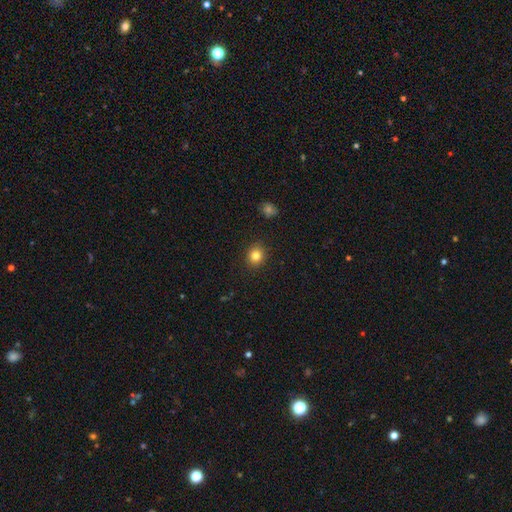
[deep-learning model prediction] Overall: smooth (82%). How rounded: round (76%). Merging: none (90%).